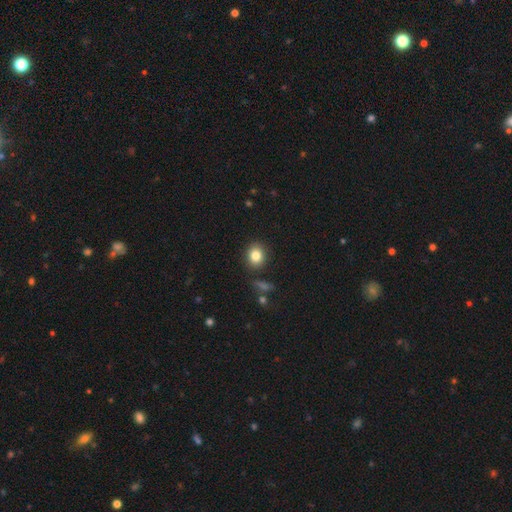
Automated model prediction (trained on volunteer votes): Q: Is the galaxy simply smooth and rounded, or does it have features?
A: smooth — 83%.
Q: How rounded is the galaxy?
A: round — 65%.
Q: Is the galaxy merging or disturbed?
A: none — 86%.